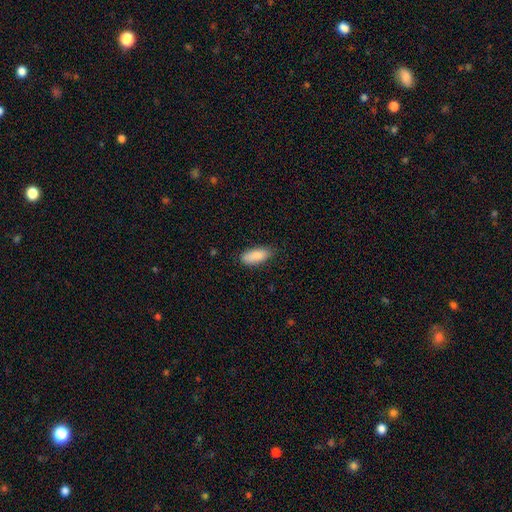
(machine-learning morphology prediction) smooth_or_featured: smooth (p=0.88) [alt: star or artifact p=0.06]
how_rounded: in between (p=0.83) [alt: cigar-shaped p=0.15]
merging: none (p=0.81) [alt: minor disturbance p=0.16]